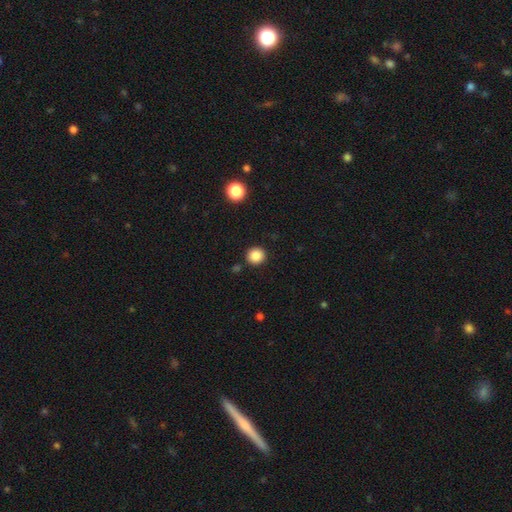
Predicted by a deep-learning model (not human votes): Q: Smooth or featured?
A: smooth (86%); runner-up: star or artifact (10%)
Q: How rounded?
A: round (90%); runner-up: in between (9%)
Q: Merging?
A: none (90%); runner-up: minor disturbance (6%)